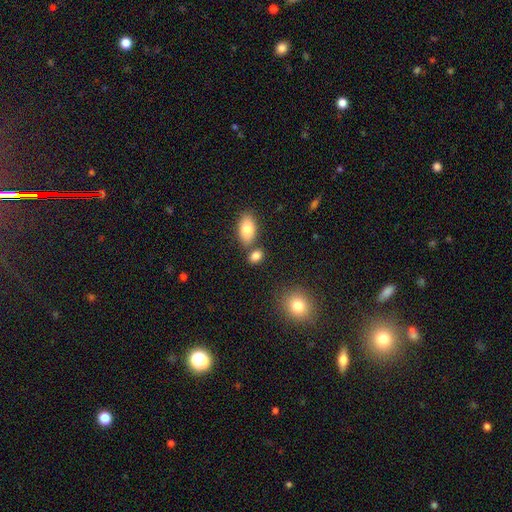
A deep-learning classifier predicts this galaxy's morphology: Smooth or featured: smooth — 83% (star or artifact — 10%)
How rounded: in between — 73% (round — 25%)
Merging: none — 67% (merger — 19%)